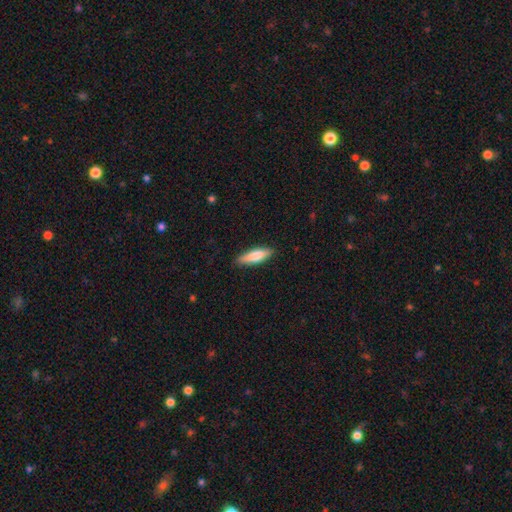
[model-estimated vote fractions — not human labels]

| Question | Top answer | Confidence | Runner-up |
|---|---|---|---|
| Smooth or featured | smooth | 75% | featured or disk (19%) |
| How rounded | cigar-shaped | 56% | in between (42%) |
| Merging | none | 87% | minor disturbance (10%) |